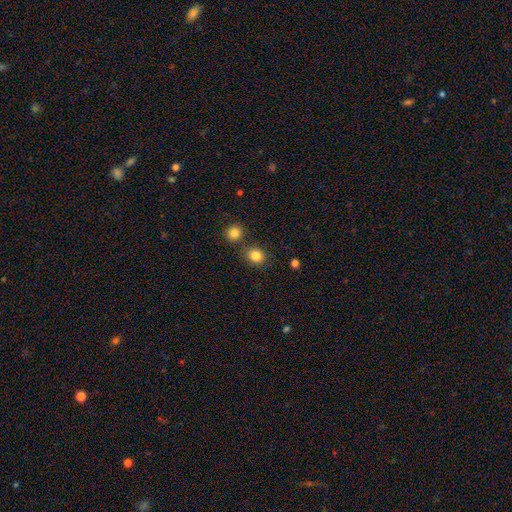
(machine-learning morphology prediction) smooth-or-featured: smooth: 84% | star or artifact: 11% | featured or disk: 5%
  how-rounded: round: 76% | in between: 23% | cigar-shaped: 1%
  merging: none: 76% | merger: 12% | minor disturbance: 9% | major disturbance: 3%